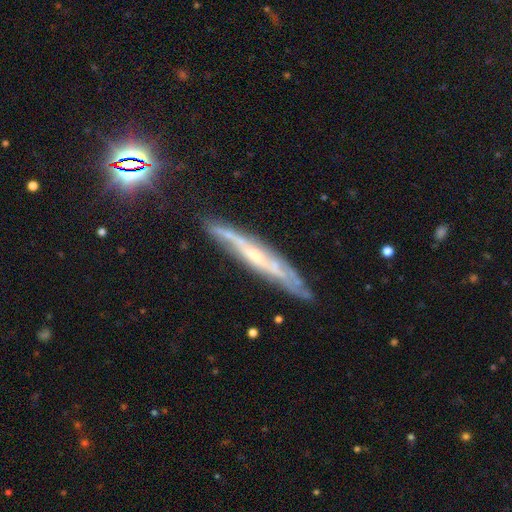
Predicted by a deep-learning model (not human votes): Smooth or featured?
  - featured or disk: 75% *
  - smooth: 17%
  - star or artifact: 8%
Edge-on disk?
  - yes: 74% *
  - no: 26%
Edge-on bulge?
  - none: 52% *
  - rounded: 39%
  - boxy: 8%
Merging?
  - none: 73% *
  - minor disturbance: 20%
  - major disturbance: 5%
  - merger: 3%